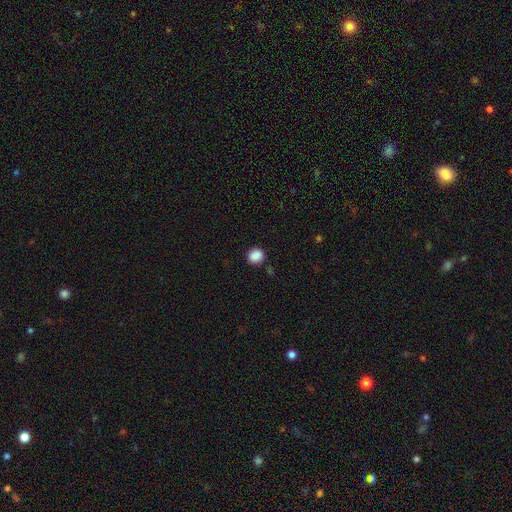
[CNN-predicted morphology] Smooth or featured? Predicted: smooth (p=0.88). How rounded? Predicted: round (p=0.78). Merging? Predicted: none (p=0.86).